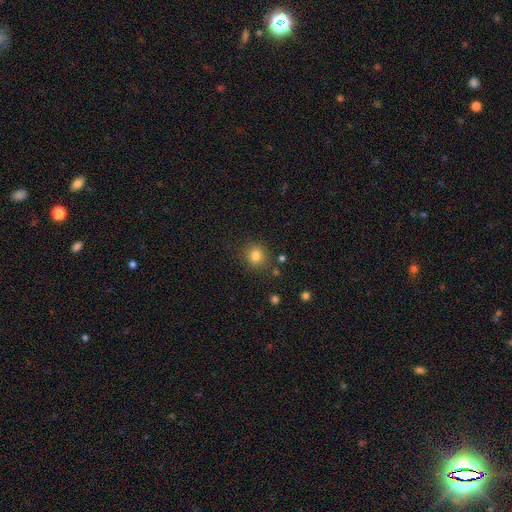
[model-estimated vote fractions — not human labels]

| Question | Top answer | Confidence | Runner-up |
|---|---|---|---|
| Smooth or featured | smooth | 82% | star or artifact (12%) |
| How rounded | round | 88% | in between (11%) |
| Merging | none | 85% | minor disturbance (9%) |